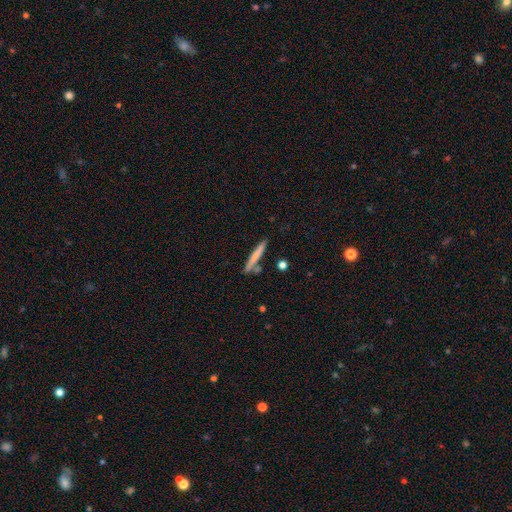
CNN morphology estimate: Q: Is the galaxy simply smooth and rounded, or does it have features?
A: smooth — 68%.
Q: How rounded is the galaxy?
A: cigar-shaped — 94%.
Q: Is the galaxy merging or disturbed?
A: none — 77%.